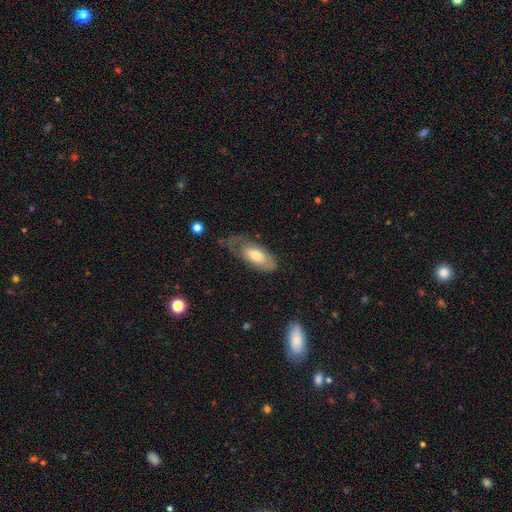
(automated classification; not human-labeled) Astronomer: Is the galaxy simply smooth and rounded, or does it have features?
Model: smooth — 63%.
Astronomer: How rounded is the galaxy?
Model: in between — 87%.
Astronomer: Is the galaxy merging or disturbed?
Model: none — 39% (runner-up: minor disturbance, 32%).